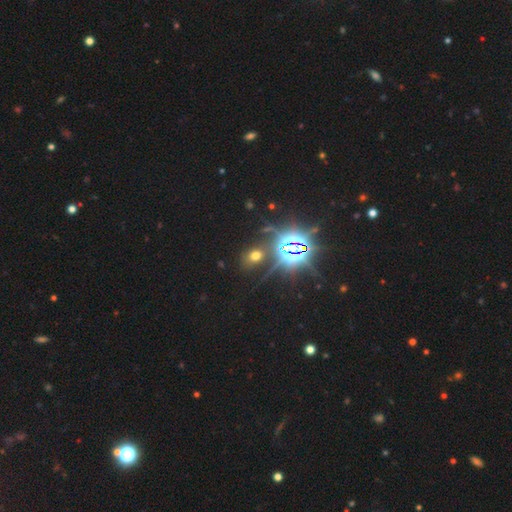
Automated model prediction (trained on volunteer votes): smooth-or-featured: smooth: 45% | star or artifact: 44% | featured or disk: 11%
  merging: none: 77% | minor disturbance: 11% | major disturbance: 6% | merger: 5%